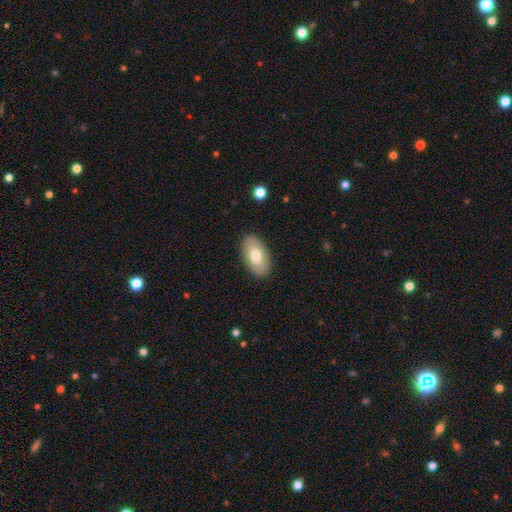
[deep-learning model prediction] Overall: smooth (74%). How rounded: in between (94%). Merging: none (88%).